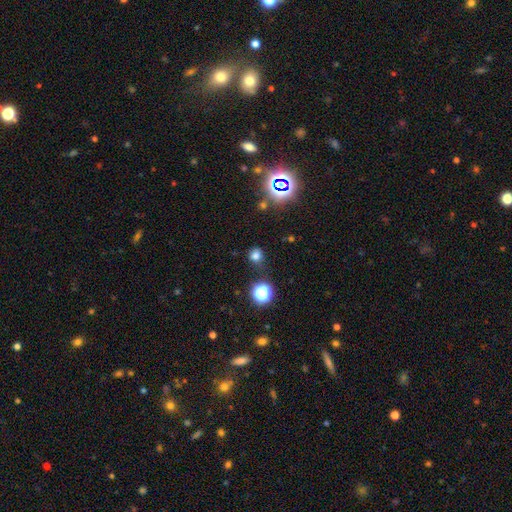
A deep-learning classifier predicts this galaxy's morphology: Smooth or featured: smooth — 72% (star or artifact — 22%)
How rounded: round — 77% (in between — 22%)
Merging: none — 75% (minor disturbance — 16%)